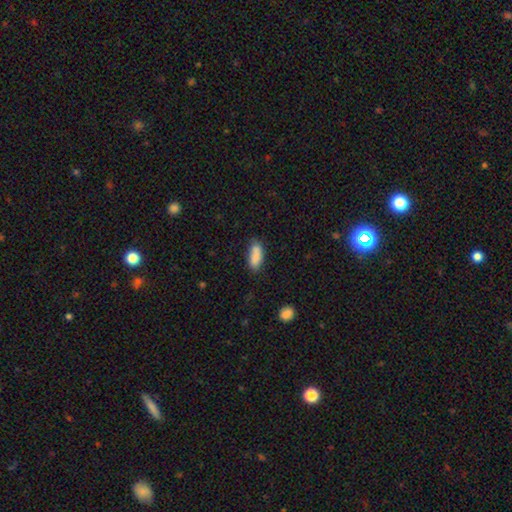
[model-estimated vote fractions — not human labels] This appears to be a smooth galaxy with no disk features (87%) that is in between round and cigar-shaped (79%). Merging: none (73%).